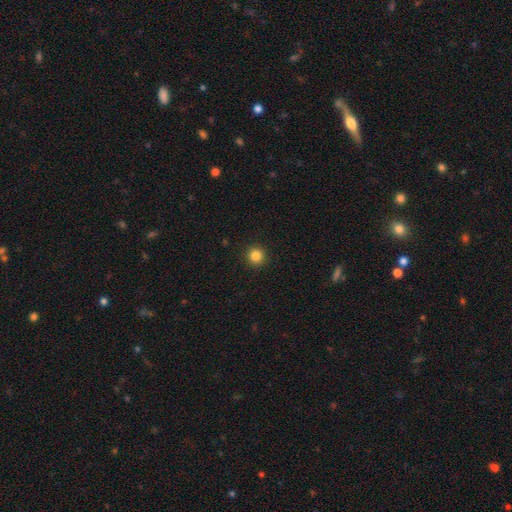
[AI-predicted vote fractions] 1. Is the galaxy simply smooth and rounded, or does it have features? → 85% smooth, 12% star or artifact, 4% featured or disk.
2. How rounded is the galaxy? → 95% round, 4% in between, 1% cigar-shaped.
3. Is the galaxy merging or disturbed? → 93% none, 5% minor disturbance, 2% major disturbance, 1% merger.